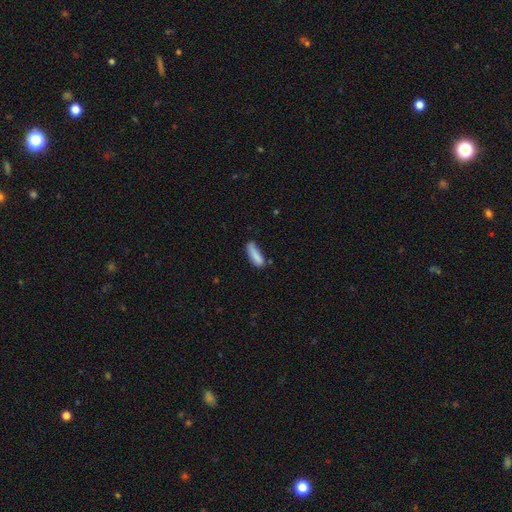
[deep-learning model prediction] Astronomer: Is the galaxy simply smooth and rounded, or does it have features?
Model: smooth — 85%.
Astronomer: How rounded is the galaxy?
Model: cigar-shaped — 54% (runner-up: in between, 45%).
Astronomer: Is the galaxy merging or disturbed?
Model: none — 60%.